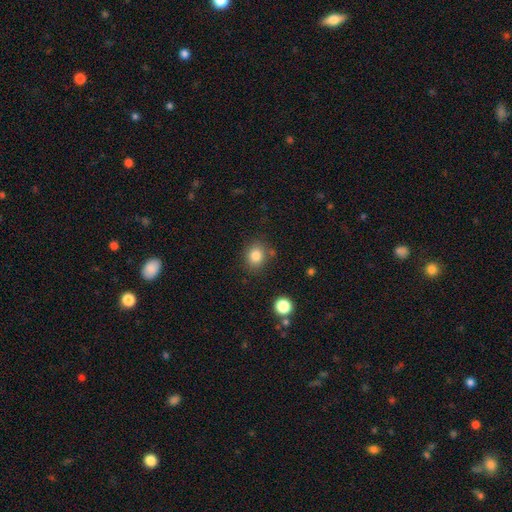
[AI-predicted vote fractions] This is clearly a smooth galaxy (83%). How rounded: likely round (70%). Merging: clearly none (81%).